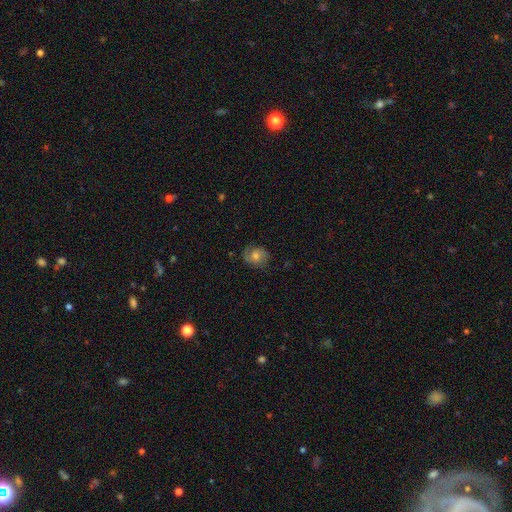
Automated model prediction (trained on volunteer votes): Smooth or featured? Predicted: featured or disk (p=0.52). Edge-on disk? Predicted: no (p=0.97). Bar? Predicted: no (p=0.69). Spiral arms? Predicted: yes (p=0.88). Bulge size? Predicted: moderate (p=0.59). Merging? Predicted: none (p=0.75).